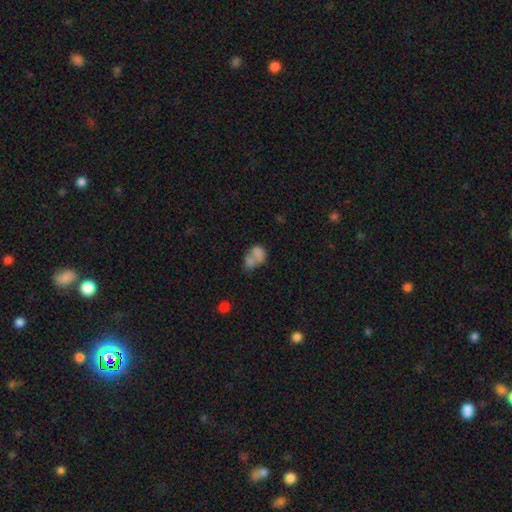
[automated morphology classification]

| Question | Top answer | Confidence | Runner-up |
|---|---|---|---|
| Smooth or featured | smooth | 71% | featured or disk (18%) |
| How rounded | in between | 60% | round (38%) |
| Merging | merger | 59% | none (21%) |